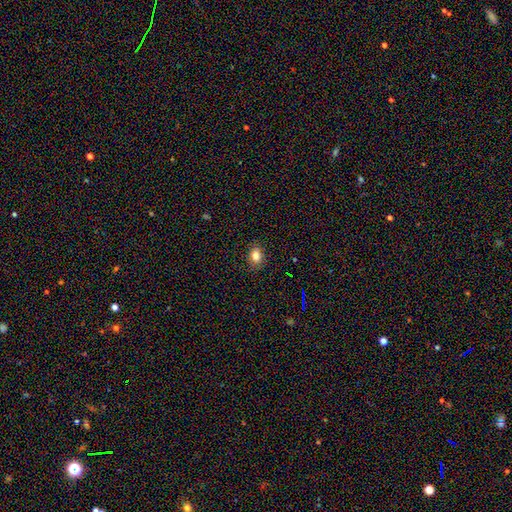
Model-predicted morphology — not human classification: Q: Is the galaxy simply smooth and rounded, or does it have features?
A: smooth — 81%.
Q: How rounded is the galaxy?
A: in between — 62%.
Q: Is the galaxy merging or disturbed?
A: none — 86%.